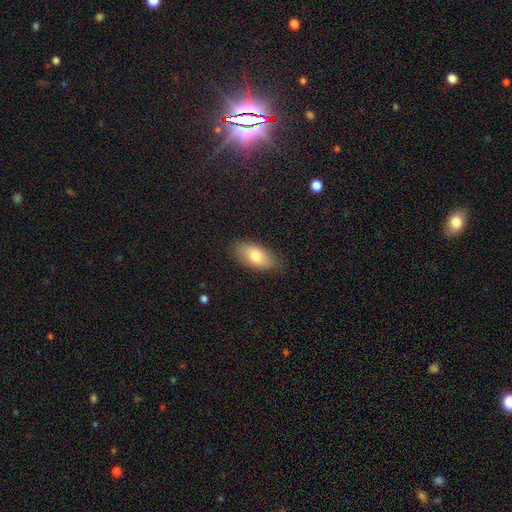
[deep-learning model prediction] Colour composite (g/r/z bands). It shows a smooth galaxy with no disk features (76%) that is in between round and cigar-shaped (89%). Merging: none (84%).